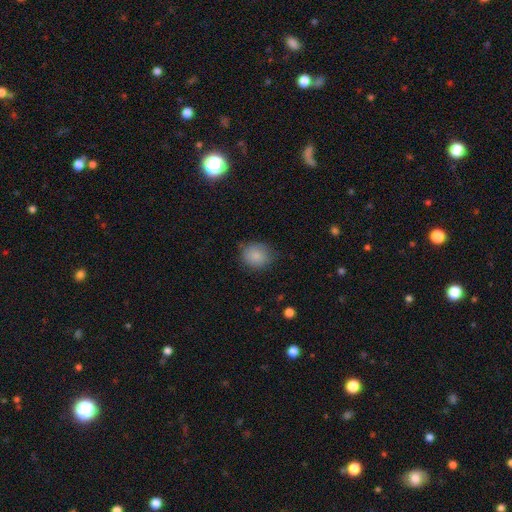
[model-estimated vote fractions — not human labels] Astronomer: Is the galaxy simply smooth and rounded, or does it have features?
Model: smooth — 86%.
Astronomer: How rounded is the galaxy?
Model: round — 70%.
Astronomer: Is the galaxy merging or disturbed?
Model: none — 72%.